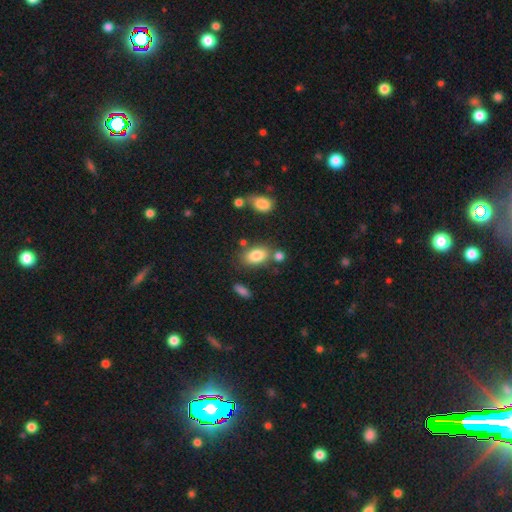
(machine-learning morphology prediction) Smooth or featured?
  - smooth: 83% *
  - featured or disk: 9%
  - star or artifact: 8%
How rounded?
  - in between: 89% *
  - round: 9%
  - cigar-shaped: 3%
Merging?
  - none: 68% *
  - minor disturbance: 15%
  - merger: 13%
  - major disturbance: 5%